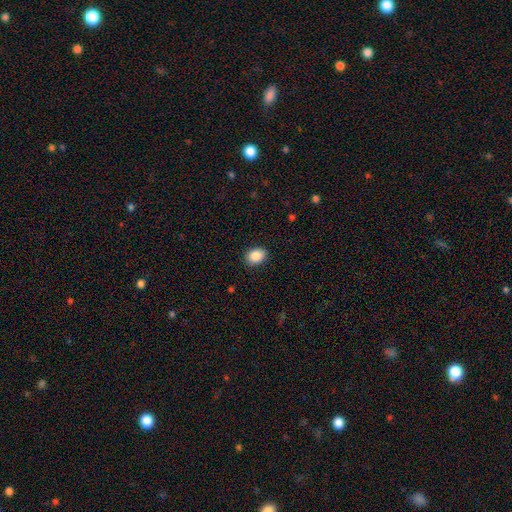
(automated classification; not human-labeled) smooth_or_featured: smooth (p=0.89) [alt: star or artifact p=0.08]
how_rounded: in between (p=0.67) [alt: round p=0.32]
merging: none (p=0.88) [alt: minor disturbance p=0.09]